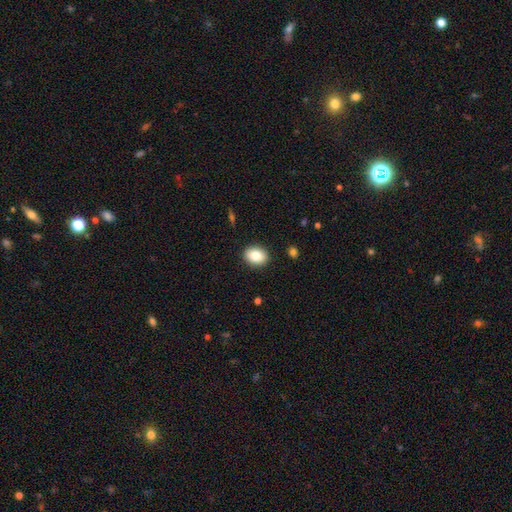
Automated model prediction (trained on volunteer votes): A smooth galaxy with no disk features (83%) that is in between round and cigar-shaped (63%).

Vote fractions:
- Smooth or featured? smooth: 83% / featured or disk: 8% / star or artifact: 8%
- How rounded? in between: 63% / round: 36% / cigar-shaped: 1%
- Merging? none: 90% / minor disturbance: 7% / major disturbance: 2% / merger: 1%